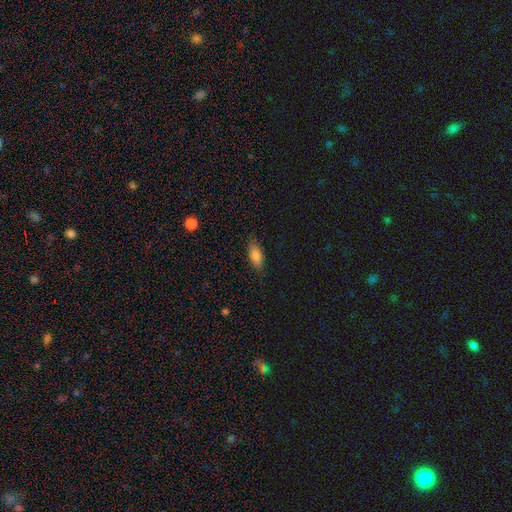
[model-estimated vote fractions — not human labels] This appears to be a smooth galaxy with no disk features (82%) that is in between round and cigar-shaped (83%). Merging: none (83%).